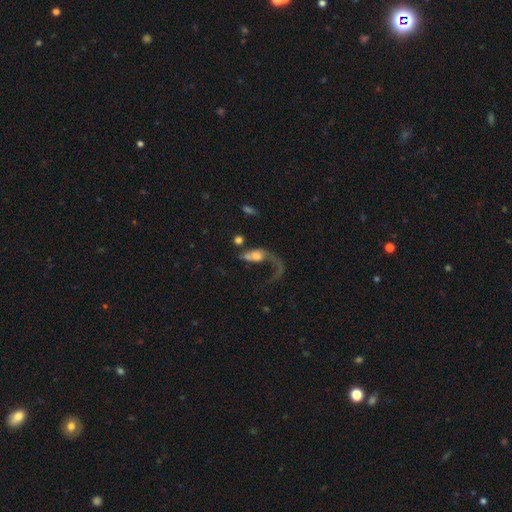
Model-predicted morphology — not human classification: Smooth or featured: featured or disk — 55% (smooth — 34%)
Edge-on disk: no — 93% (yes — 7%)
Bar: no — 75% (weak — 19%)
Spiral arms: yes — 62% (no — 38%)
Bulge size: moderate — 39% (large — 23%)
Merging: major disturbance — 50% (merger — 23%)